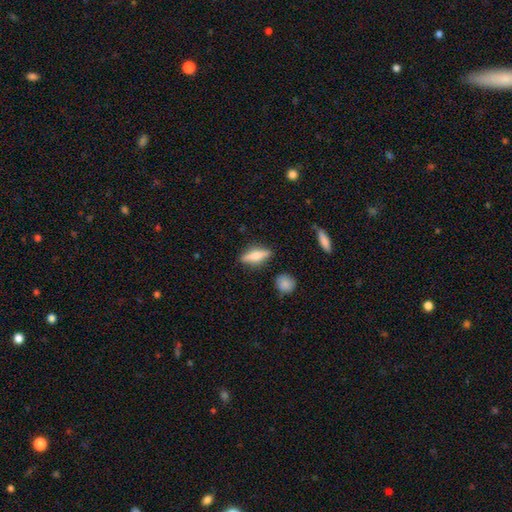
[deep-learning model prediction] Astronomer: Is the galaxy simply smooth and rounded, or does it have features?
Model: smooth — 54% (runner-up: featured or disk, 38%).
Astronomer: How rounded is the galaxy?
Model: cigar-shaped — 56% (runner-up: in between, 40%).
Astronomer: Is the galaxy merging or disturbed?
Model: none — 84%.